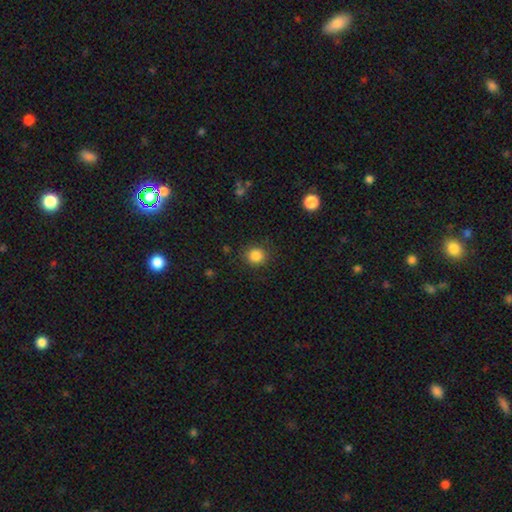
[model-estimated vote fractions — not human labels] Smooth or featured: smooth — 85% (star or artifact — 11%)
How rounded: round — 88% (in between — 11%)
Merging: none — 87% (minor disturbance — 9%)